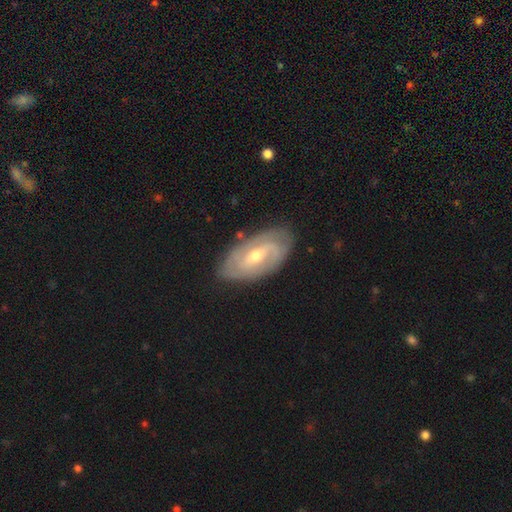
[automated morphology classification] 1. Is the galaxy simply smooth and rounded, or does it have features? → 82% featured or disk, 12% smooth, 6% star or artifact.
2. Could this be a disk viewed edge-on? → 94% no, 6% yes.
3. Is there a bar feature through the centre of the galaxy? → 48% weak, 33% no, 19% strong.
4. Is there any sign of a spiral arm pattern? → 92% yes, 8% no.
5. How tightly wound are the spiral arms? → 61% tight, 30% medium, 9% loose.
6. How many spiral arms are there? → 49% 2, 26% can't tell, 14% 3, 4% 4, 4% 1, 3% more than 4.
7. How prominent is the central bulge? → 55% moderate, 42% small, 2% large, 1% none, 1% dominant.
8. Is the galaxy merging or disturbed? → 80% none, 15% minor disturbance, 4% major disturbance, 1% merger.